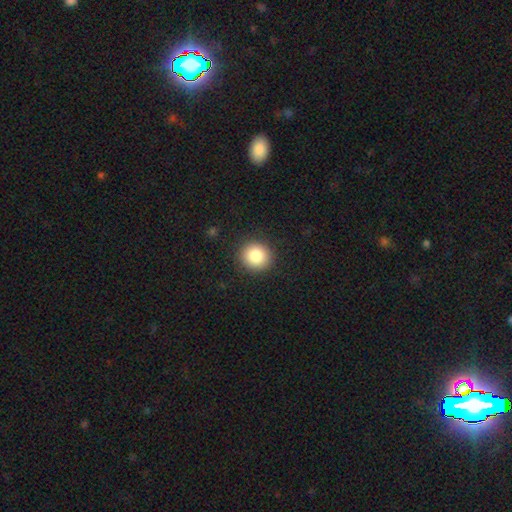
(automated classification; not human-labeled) Overall: smooth (85%). How rounded: round (89%). Merging: none (91%).